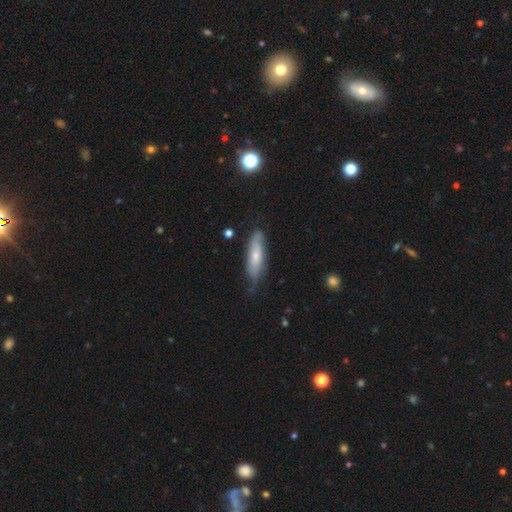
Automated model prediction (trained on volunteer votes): This is possibly a smooth galaxy (52%). How rounded: possibly cigar-shaped (54%). Merging: likely none (62%).